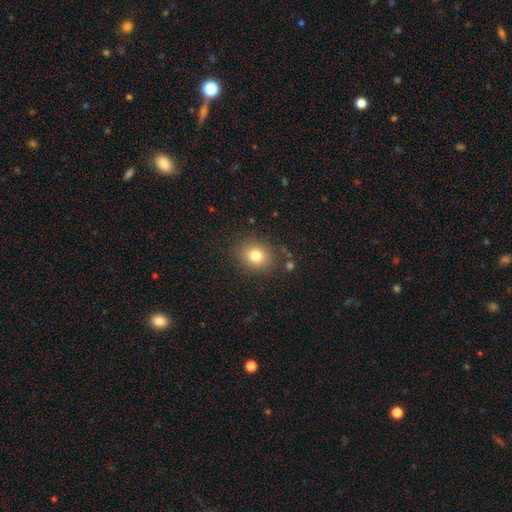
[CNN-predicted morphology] This is likely a smooth galaxy (78%). How rounded: likely round (69%). Merging: clearly none (84%).